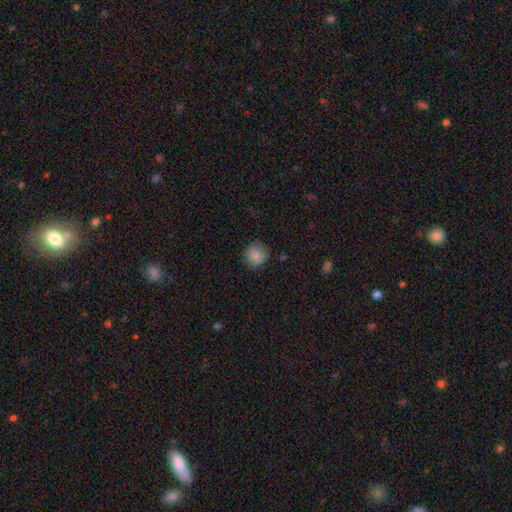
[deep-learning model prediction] smooth 84%, star or artifact 9%, featured or disk 7%. Down the decision tree: how rounded — round (89%); merging — none (81%).